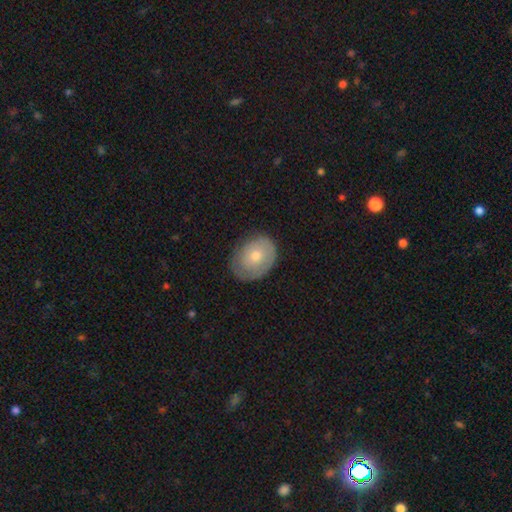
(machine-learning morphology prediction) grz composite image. It shows a smooth galaxy with no disk features (53%) that is in between round and cigar-shaped (62%). Merging: none (74%).